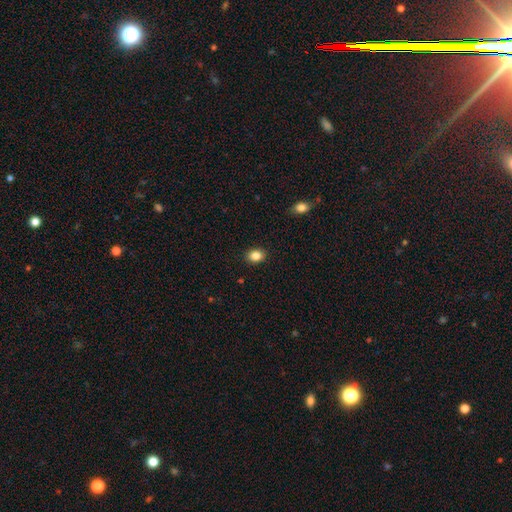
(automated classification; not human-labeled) smooth-or-featured: smooth: 86% | star or artifact: 10% | featured or disk: 5%
  how-rounded: in between: 56% | round: 43% | cigar-shaped: 1%
  merging: none: 90% | minor disturbance: 7% | major disturbance: 2% | merger: 1%